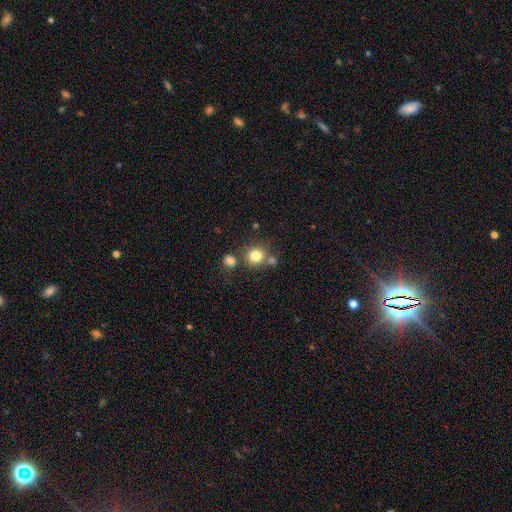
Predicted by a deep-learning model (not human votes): A smooth galaxy with no disk features (80%) that is round (86%). Merging: none (66%).